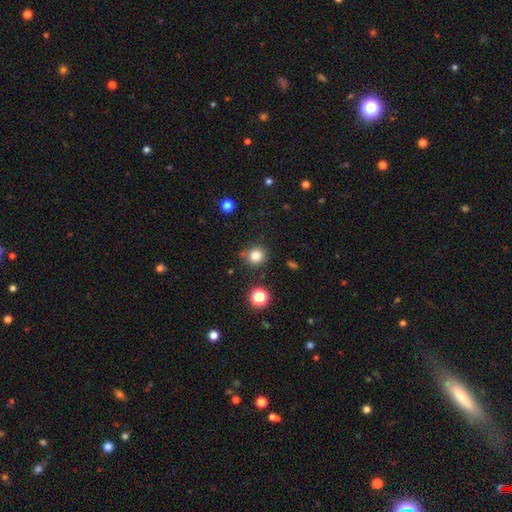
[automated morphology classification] Smooth or featured? smooth (81%)
How rounded? round (90%)
Merging? none (79%)